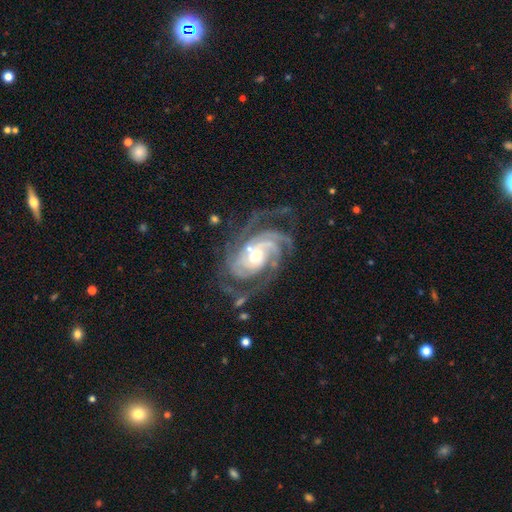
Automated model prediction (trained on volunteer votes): Smooth or featured? Predicted: featured or disk (p=0.92). Edge-on disk? Predicted: no (p=0.97). Bar? Predicted: no (p=0.60). Spiral arms? Predicted: yes (p=0.98). Spiral winding? Predicted: tight (p=0.66). Spiral arm count? Predicted: 3 (p=0.35). Bulge size? Predicted: moderate (p=0.60). Merging? Predicted: none (p=0.65).